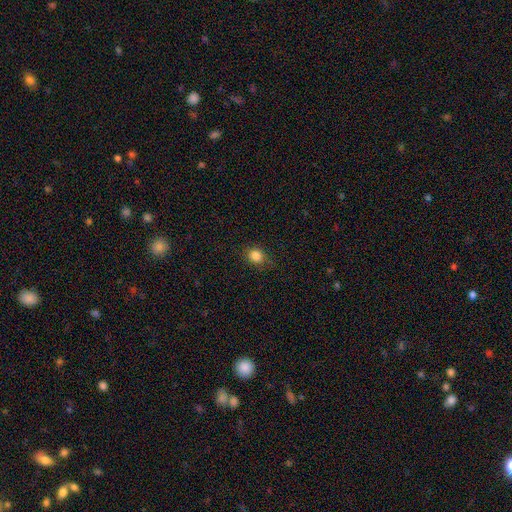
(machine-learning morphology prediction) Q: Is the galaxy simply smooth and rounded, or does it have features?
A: smooth — 83%.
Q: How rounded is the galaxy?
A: round — 76%.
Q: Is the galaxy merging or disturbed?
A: none — 81%.